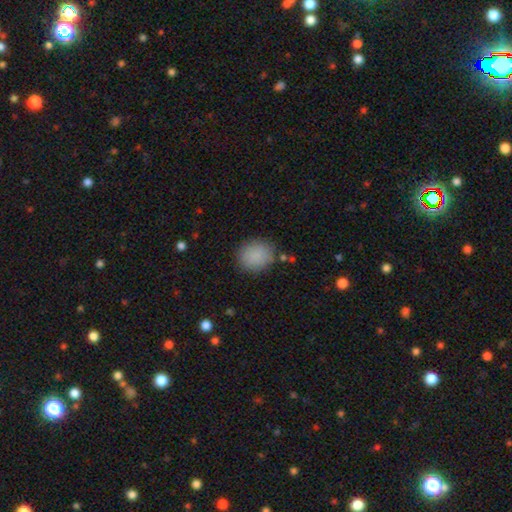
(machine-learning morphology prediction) Overall: smooth (87%). How rounded: round (75%). Merging: none (84%).